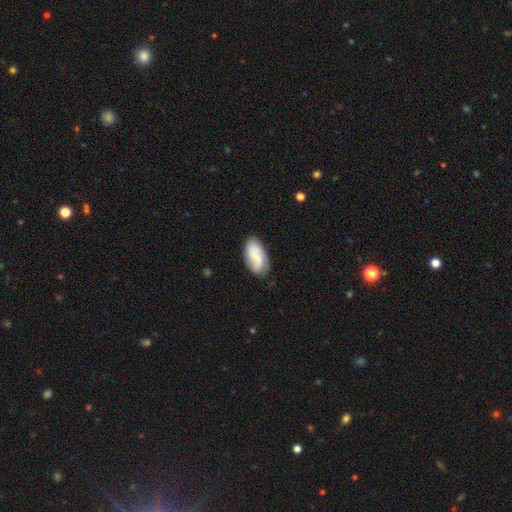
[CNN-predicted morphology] Overall: smooth (50%; featured or disk 44%). Merging: none (76%).